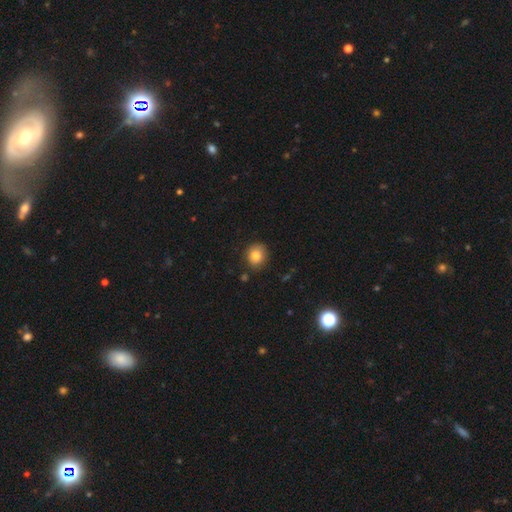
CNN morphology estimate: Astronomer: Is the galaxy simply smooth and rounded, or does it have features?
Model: smooth — 83%.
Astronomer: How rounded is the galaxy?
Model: round — 77%.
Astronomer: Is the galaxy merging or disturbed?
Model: none — 84%.